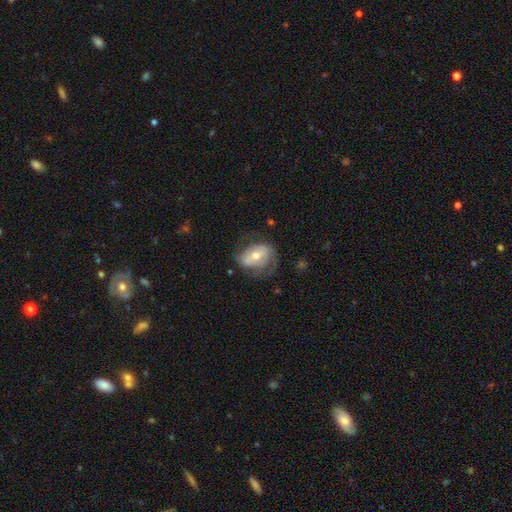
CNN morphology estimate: A featured or disk galaxy (60%) with no bar (42%), spiral arms (70%) and a moderate central bulge (64%).

Vote fractions:
- Smooth or featured? featured or disk: 60% / smooth: 33% / star or artifact: 7%
- Edge-on disk? no: 95% / yes: 5%
- Bar? no: 42% / weak: 35% / strong: 22%
- Spiral arms? yes: 70% / no: 30%
- Bulge size? moderate: 64% / small: 29% / large: 5% / none: 1% / dominant: 1%
- Merging? none: 54% / minor disturbance: 24% / major disturbance: 20% / merger: 2%